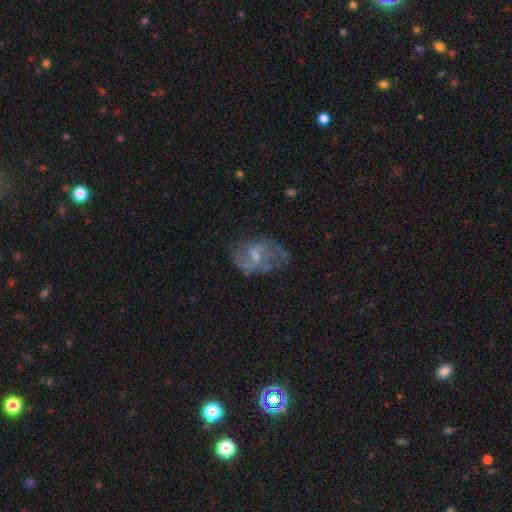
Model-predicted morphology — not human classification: Q: Smooth or featured?
A: featured or disk (71%); runner-up: smooth (21%)
Q: Edge-on disk?
A: no (97%); runner-up: yes (3%)
Q: Bar?
A: weak (56%); runner-up: no (32%)
Q: Spiral arms?
A: yes (77%); runner-up: no (23%)
Q: Spiral winding?
A: medium (43%); runner-up: loose (42%)
Q: Spiral arm count?
A: 2 (72%); runner-up: can't tell (17%)
Q: Bulge size?
A: small (43%); runner-up: moderate (34%)
Q: Merging?
A: none (56%); runner-up: minor disturbance (23%)